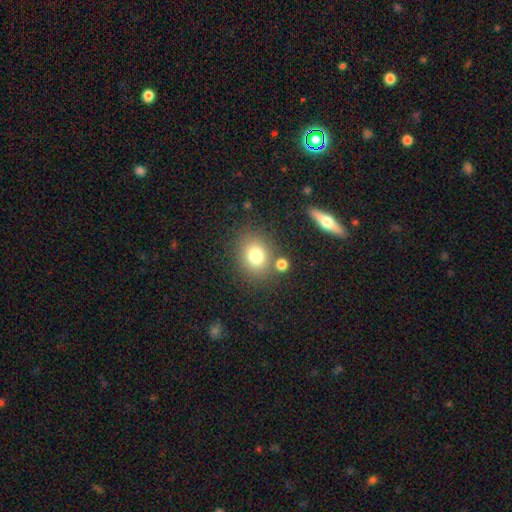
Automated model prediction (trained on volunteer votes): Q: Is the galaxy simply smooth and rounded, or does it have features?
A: smooth — 77%.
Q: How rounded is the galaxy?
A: round — 64%.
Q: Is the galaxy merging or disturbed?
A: none — 75%.